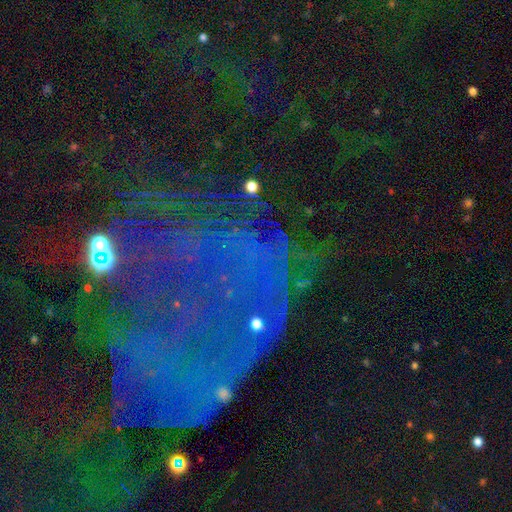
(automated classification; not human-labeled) Smooth or featured: star or artifact — 54% (featured or disk — 32%)